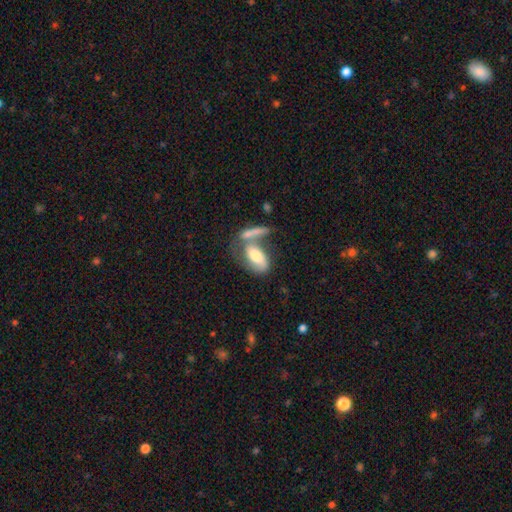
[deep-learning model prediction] Smooth or featured?
  - smooth: 58% *
  - featured or disk: 35%
  - star or artifact: 7%
How rounded?
  - in between: 84% *
  - cigar-shaped: 12%
  - round: 4%
Merging?
  - merger: 49% *
  - none: 25%
  - major disturbance: 14%
  - minor disturbance: 12%